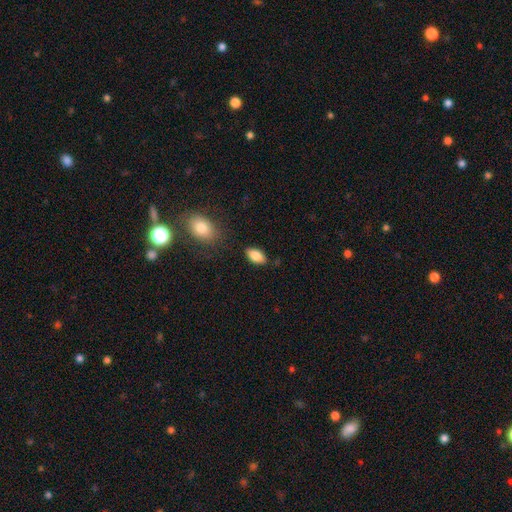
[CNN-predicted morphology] A smooth galaxy with no disk features (85%) that is in between round and cigar-shaped (93%).

Vote fractions:
- Smooth or featured? smooth: 85% / featured or disk: 7% / star or artifact: 7%
- How rounded? in between: 93% / round: 4% / cigar-shaped: 3%
- Merging? none: 85% / minor disturbance: 11% / major disturbance: 3% / merger: 2%